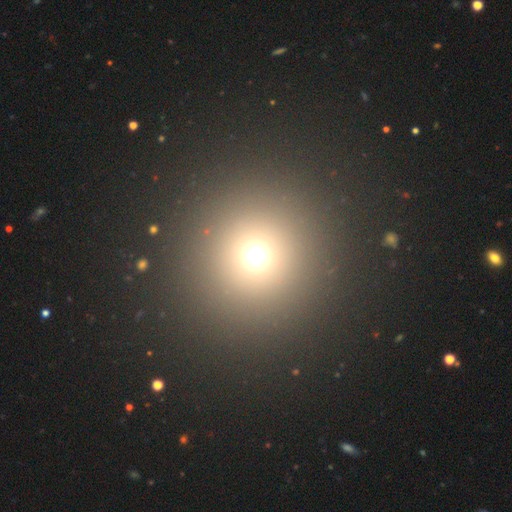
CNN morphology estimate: Q: Smooth or featured?
A: smooth (67%); runner-up: star or artifact (26%)
Q: How rounded?
A: round (95%); runner-up: in between (4%)
Q: Merging?
A: none (89%); runner-up: minor disturbance (5%)